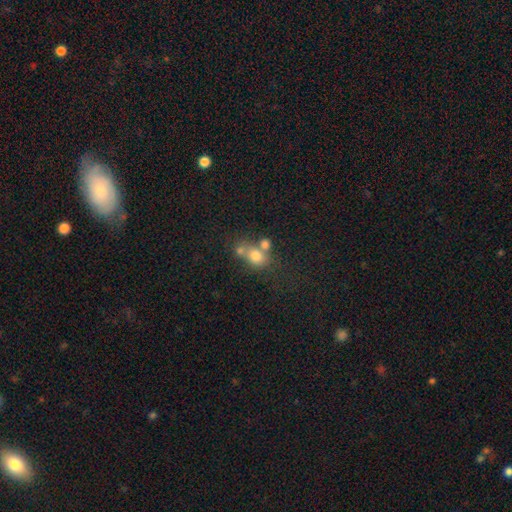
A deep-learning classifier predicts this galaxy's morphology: The model was most divided on "merging": merger: 45%, none: 38%, minor disturbance: 11%, major disturbance: 6%. More confident: smooth or featured — smooth (73%); how rounded — round (60%).